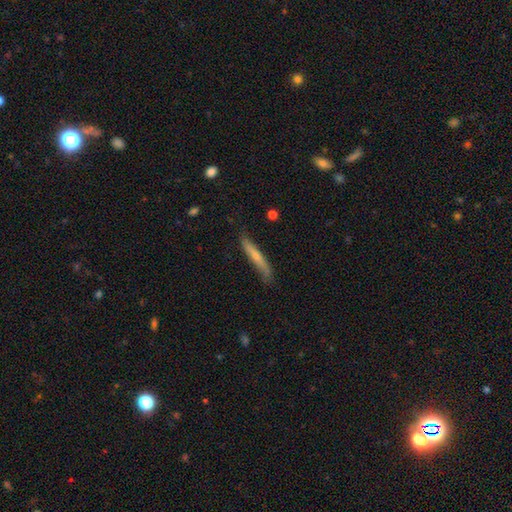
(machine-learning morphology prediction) A smooth galaxy with no disk features (58%) that is cigar-shaped (93%). Merging: none (75%).